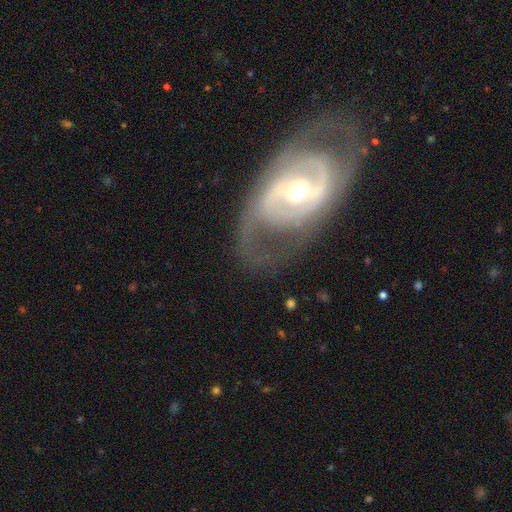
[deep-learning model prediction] A featured or disk galaxy (83%) with a weak bar (37%), 2 (72%) medium (42%) spiral arms (79%) and a moderate central bulge (56%).

Vote fractions:
- Smooth or featured? featured or disk: 83% / smooth: 11% / star or artifact: 6%
- Edge-on disk? no: 94% / yes: 6%
- Bar? weak: 37% / strong: 34% / no: 29%
- Spiral arms? yes: 79% / no: 21%
- Spiral winding? medium: 42% / tight: 40% / loose: 19%
- Spiral arm count? 2: 72% / can't tell: 17% / 3: 5% / 1: 3% / 4: 2% / more than 4: 2%
- Bulge size? moderate: 56% / small: 37% / large: 6% / dominant: 1% / none: 1%
- Merging? none: 70% / minor disturbance: 15% / major disturbance: 13% / merger: 2%